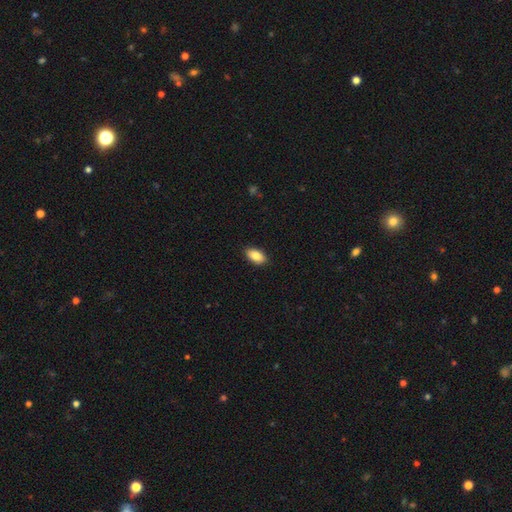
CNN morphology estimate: Q: Smooth or featured?
A: smooth (86%); runner-up: featured or disk (7%)
Q: How rounded?
A: in between (93%); runner-up: round (4%)
Q: Merging?
A: none (89%); runner-up: minor disturbance (8%)